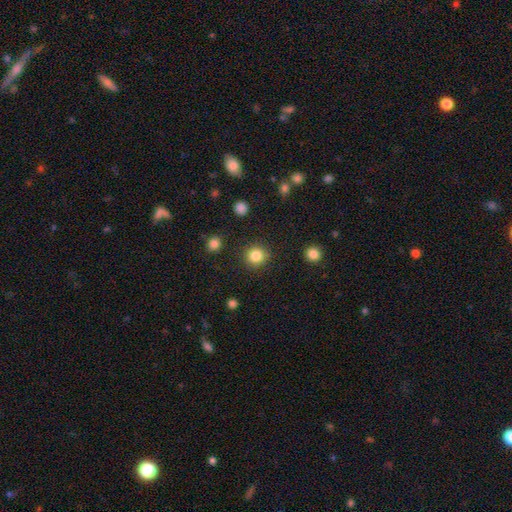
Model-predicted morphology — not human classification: This is clearly a smooth galaxy (84%). How rounded: clearly round (94%). Merging: clearly none (90%).